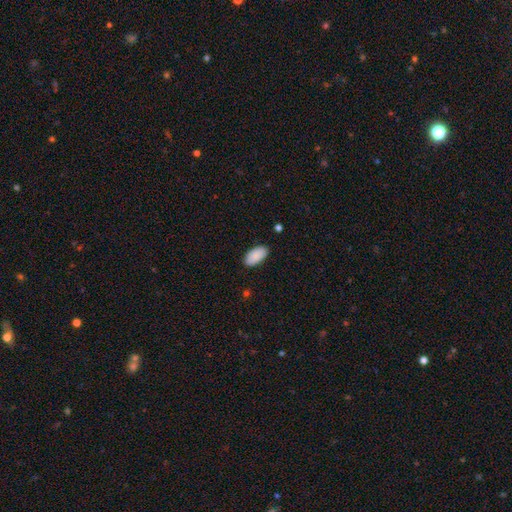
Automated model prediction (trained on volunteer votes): This appears to be a smooth galaxy with no disk features (89%) that is in between round and cigar-shaped (96%). Merging: none (87%).